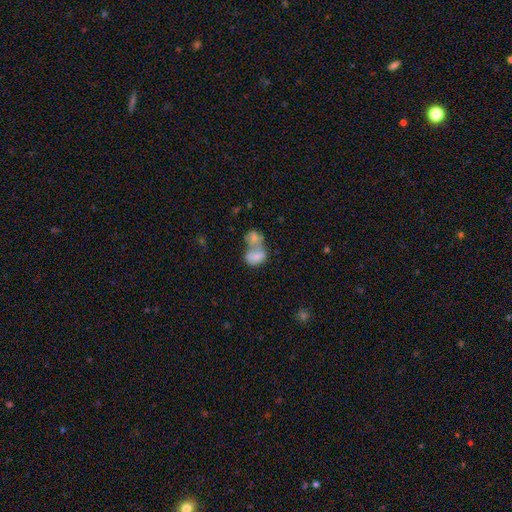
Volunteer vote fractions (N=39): Smooth or featured: smooth — 82% (featured or disk — 13%)
How rounded: in between — 66% (round — 31%)
Merging: merger — 81% (none — 8%)